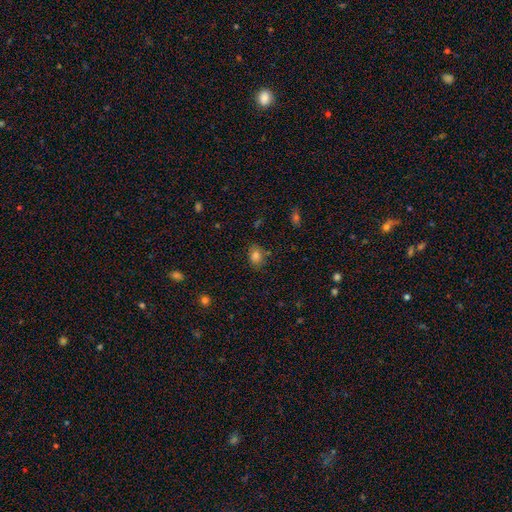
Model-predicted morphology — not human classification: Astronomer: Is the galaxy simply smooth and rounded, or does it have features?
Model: smooth — 81%.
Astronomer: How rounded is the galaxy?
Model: in between — 60% (runner-up: round, 39%).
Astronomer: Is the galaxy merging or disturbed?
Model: none — 81%.